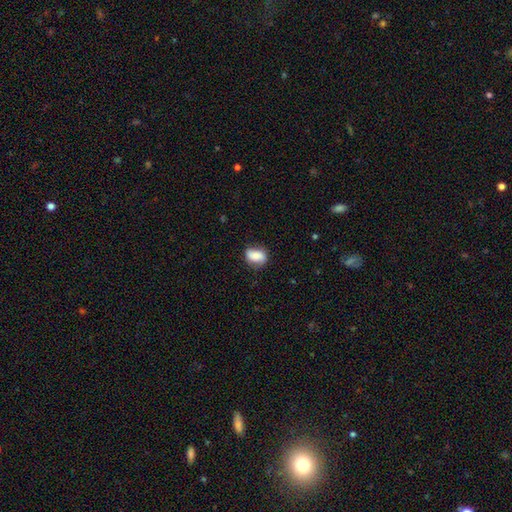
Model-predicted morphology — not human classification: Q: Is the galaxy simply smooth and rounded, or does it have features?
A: smooth — 74%.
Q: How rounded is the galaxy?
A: in between — 77%.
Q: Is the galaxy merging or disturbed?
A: none — 70%.